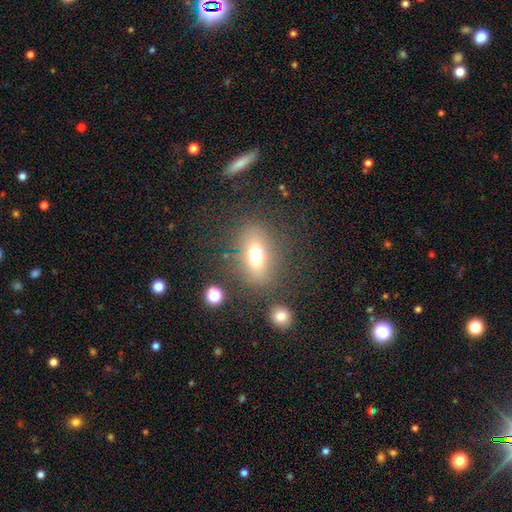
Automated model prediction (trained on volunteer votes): Smooth or featured? Predicted: smooth (p=0.65). How rounded? Predicted: in between (p=0.66). Merging? Predicted: none (p=0.76).